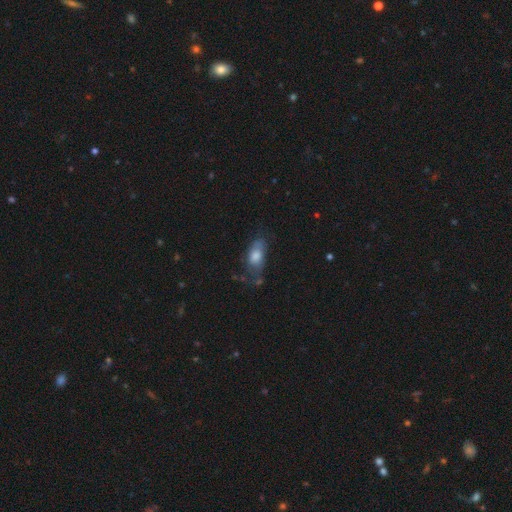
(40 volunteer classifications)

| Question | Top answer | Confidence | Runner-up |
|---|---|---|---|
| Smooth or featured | smooth | 72% | featured or disk (15%) |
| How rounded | in between | 76% | cigar-shaped (14%) |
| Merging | none | 51% | minor disturbance (31%) |